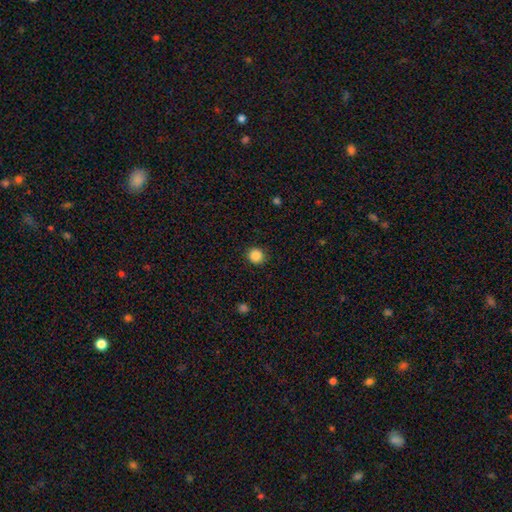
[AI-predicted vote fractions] This appears to be a smooth galaxy with no disk features (86%) that is round (91%). Merging: none (90%).